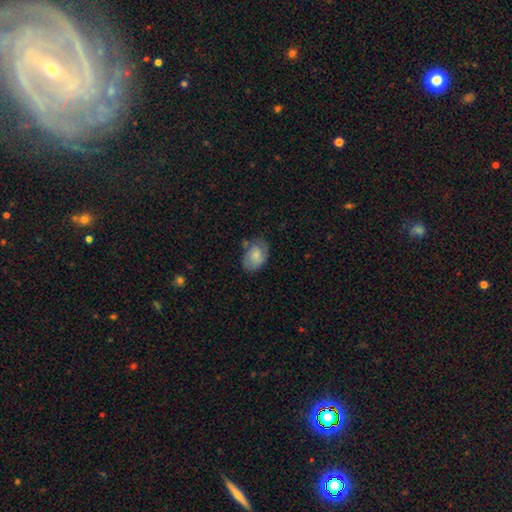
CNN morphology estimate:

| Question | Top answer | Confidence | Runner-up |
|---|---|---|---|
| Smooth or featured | smooth | 72% | featured or disk (21%) |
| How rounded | in between | 79% | round (20%) |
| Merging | none | 58% | minor disturbance (28%) |